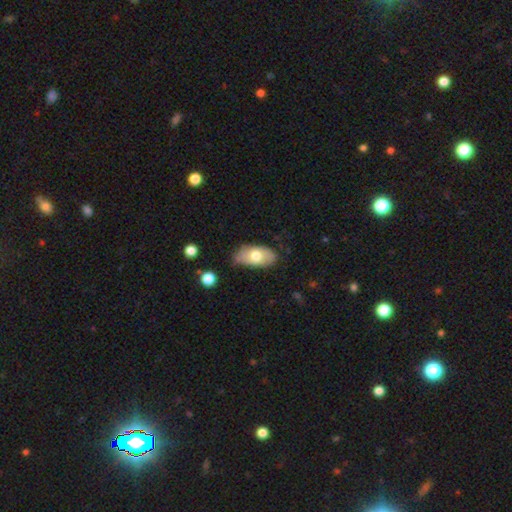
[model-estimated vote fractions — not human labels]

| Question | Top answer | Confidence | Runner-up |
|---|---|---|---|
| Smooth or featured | smooth | 68% | featured or disk (25%) |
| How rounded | in between | 93% | round (4%) |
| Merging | none | 65% | minor disturbance (27%) |